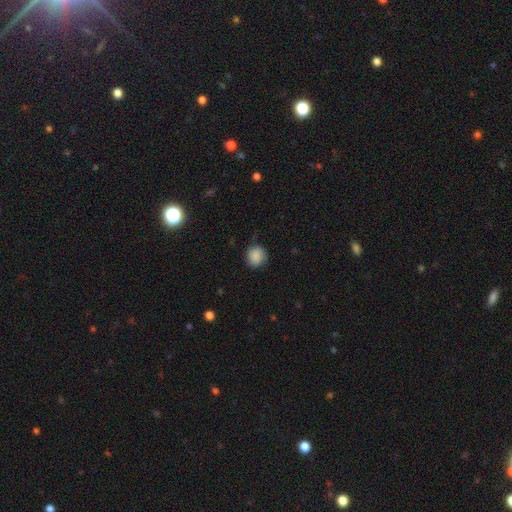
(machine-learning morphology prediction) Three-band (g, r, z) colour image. It shows a smooth galaxy with no disk features (85%) that is round (88%). Merging: none (75%).